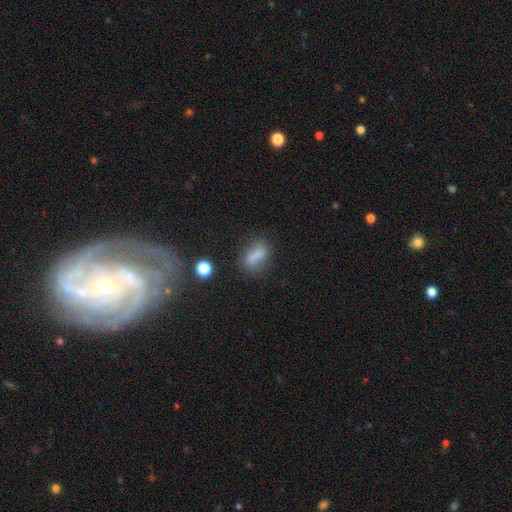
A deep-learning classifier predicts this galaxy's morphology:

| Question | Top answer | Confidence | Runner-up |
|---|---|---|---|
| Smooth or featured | smooth | 77% | featured or disk (12%) |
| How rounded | in between | 73% | cigar-shaped (15%) |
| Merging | none | 63% | minor disturbance (21%) |